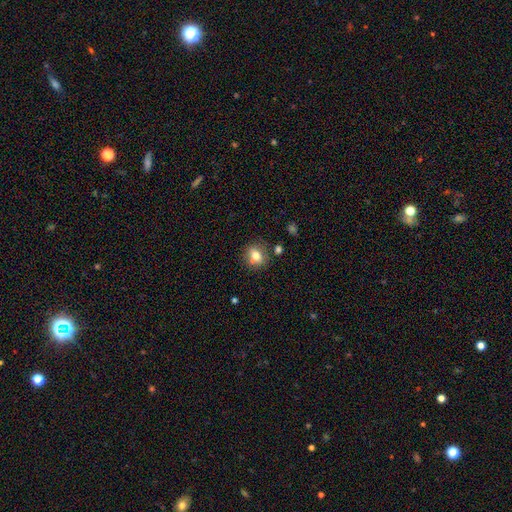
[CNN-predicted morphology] Smooth or featured? Predicted: smooth (p=0.71). How rounded? Predicted: round (p=0.55). Merging? Predicted: none (p=0.67).